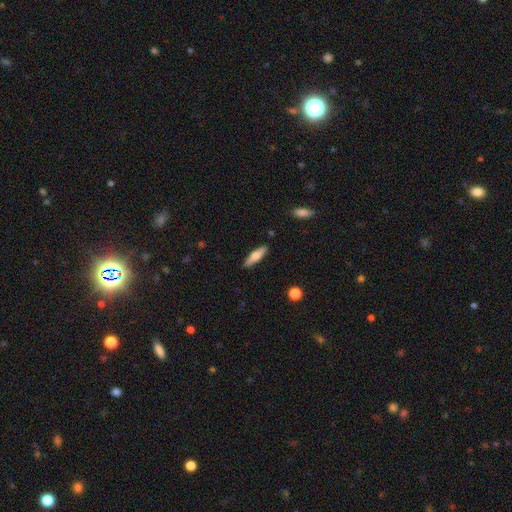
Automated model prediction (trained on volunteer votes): Smooth or featured?
  - smooth: 60% *
  - featured or disk: 34%
  - star or artifact: 6%
How rounded?
  - cigar-shaped: 70% *
  - in between: 28%
  - round: 2%
Merging?
  - none: 88% *
  - minor disturbance: 8%
  - major disturbance: 2%
  - merger: 1%